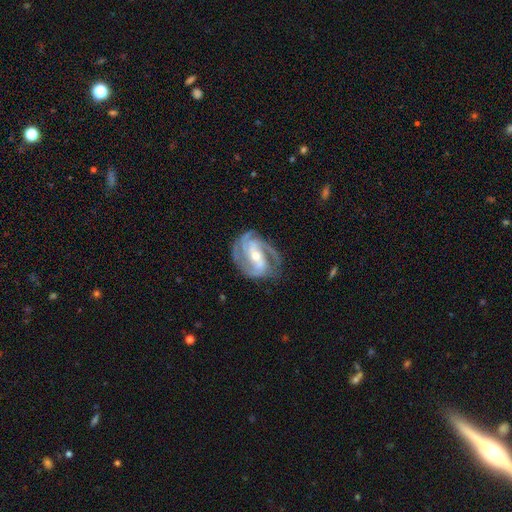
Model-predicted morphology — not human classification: The model was most divided on "spiral winding": tight: 45%, medium: 44%, loose: 11%. Remaining: spiral arms — yes (97%); edge-on disk — no (97%); smooth or featured — featured or disk (89%); merging — none (70%); bulge size — moderate (52%); spiral arm count — 3 (43%); bar — weak (37%).